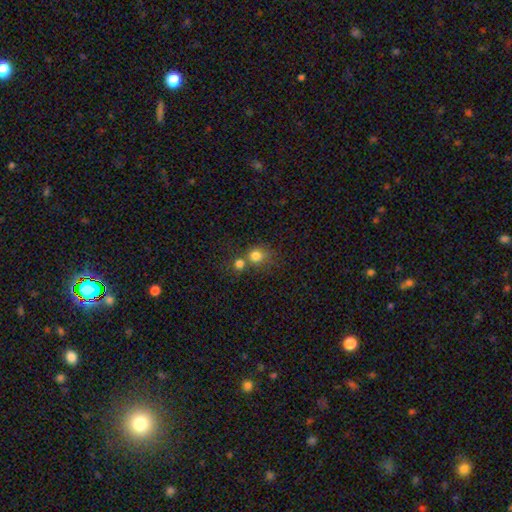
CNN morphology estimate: Overall: smooth (79%). How rounded: round (83%). Merging: none (44%; merger 43%).